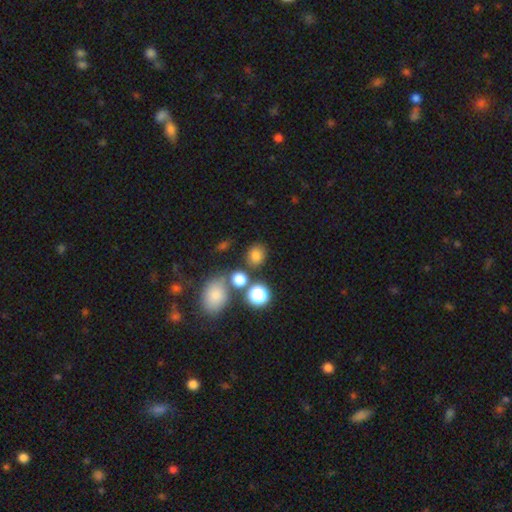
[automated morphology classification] Smooth or featured: smooth — 78% (star or artifact — 15%)
How rounded: round — 68% (in between — 31%)
Merging: none — 74% (merger — 11%)